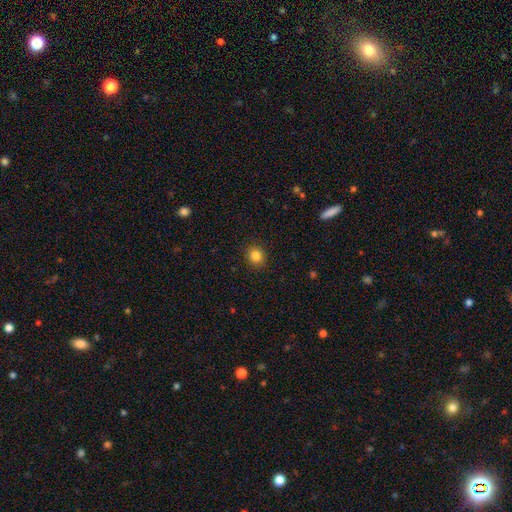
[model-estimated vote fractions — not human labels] Q: Smooth or featured?
A: smooth (84%); runner-up: star or artifact (11%)
Q: How rounded?
A: round (81%); runner-up: in between (18%)
Q: Merging?
A: none (91%); runner-up: minor disturbance (6%)